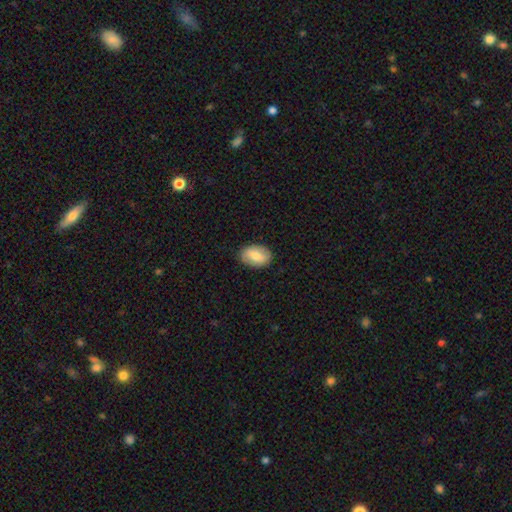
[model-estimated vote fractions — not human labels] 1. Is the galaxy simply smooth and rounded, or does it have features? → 72% smooth, 22% featured or disk, 6% star or artifact.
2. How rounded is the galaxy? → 86% in between, 13% round, 1% cigar-shaped.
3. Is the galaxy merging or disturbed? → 86% none, 10% minor disturbance, 2% major disturbance, 1% merger.